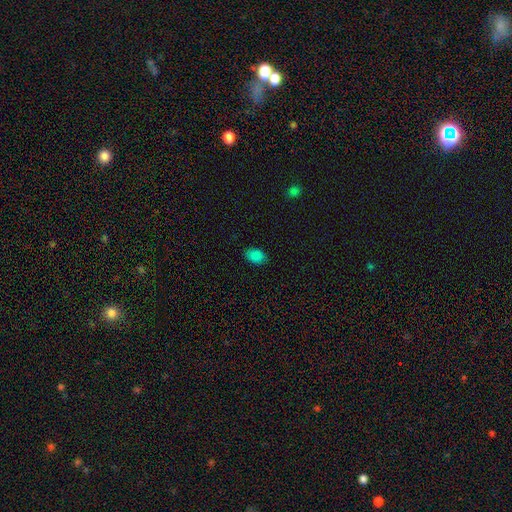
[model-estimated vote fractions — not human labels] A smooth galaxy with no disk features (85%) that is in between round and cigar-shaped (85%). Merging: none (86%).